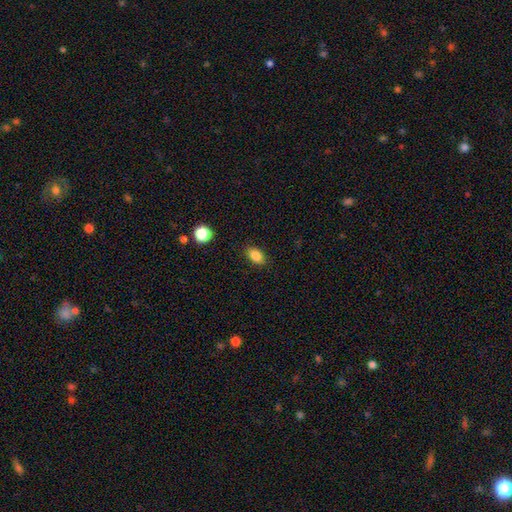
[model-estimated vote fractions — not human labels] Smooth or featured: smooth — 85% (star or artifact — 10%)
How rounded: in between — 86% (round — 12%)
Merging: none — 86% (minor disturbance — 10%)